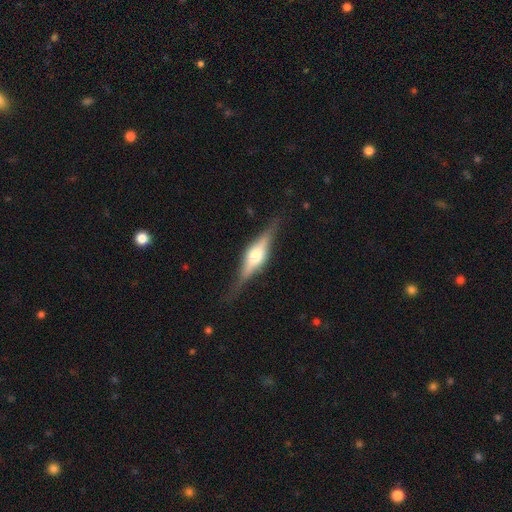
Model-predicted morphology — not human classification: Smooth or featured? featured or disk (72%)
Edge-on disk? yes (96%)
Edge-on bulge? rounded (87%)
Merging? none (82%)